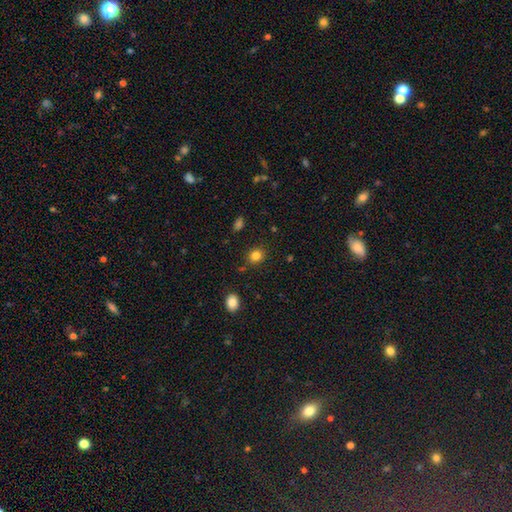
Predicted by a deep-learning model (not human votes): Smooth or featured? smooth (83%)
How rounded? round (74%)
Merging? none (86%)